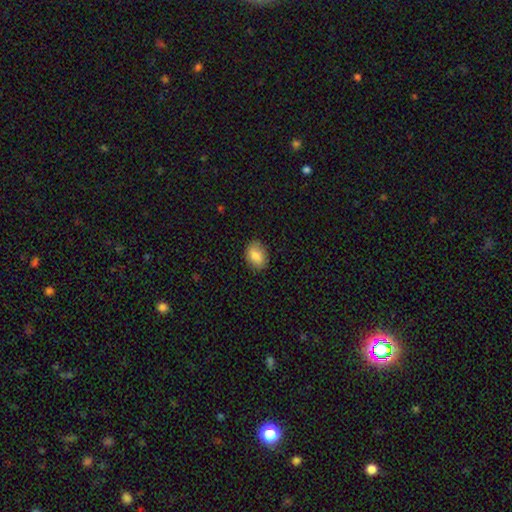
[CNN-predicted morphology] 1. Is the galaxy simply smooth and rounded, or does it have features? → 83% smooth, 10% featured or disk, 7% star or artifact.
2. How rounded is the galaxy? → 73% in between, 26% round, 1% cigar-shaped.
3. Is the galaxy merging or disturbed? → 83% none, 13% minor disturbance, 3% major disturbance, 1% merger.